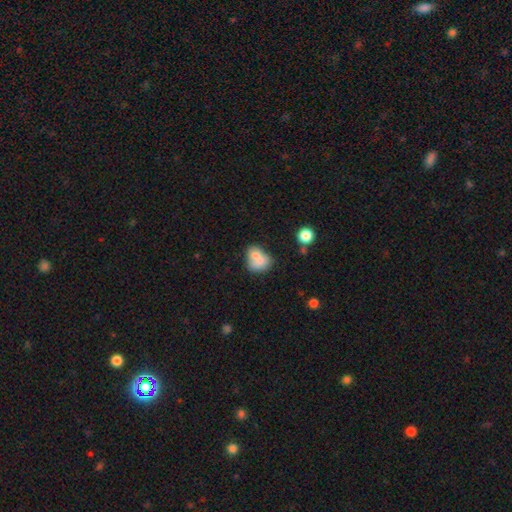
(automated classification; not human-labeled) smooth 70%, featured or disk 20%, star or artifact 10%. Down the decision tree: how rounded — in between (52%); merging — merger (54%).